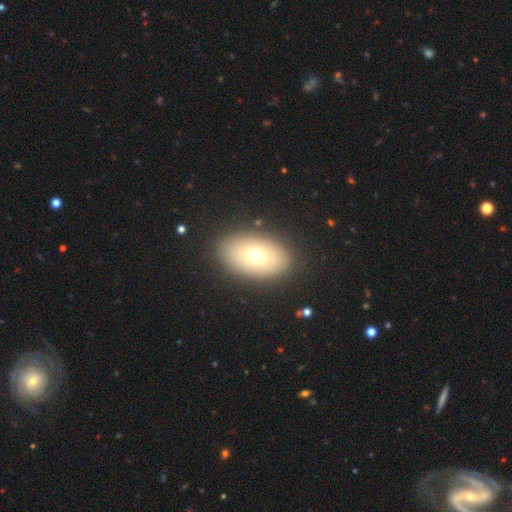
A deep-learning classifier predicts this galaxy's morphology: A smooth galaxy with no disk features (68%) that is in between round and cigar-shaped (88%). Merging: none (87%).